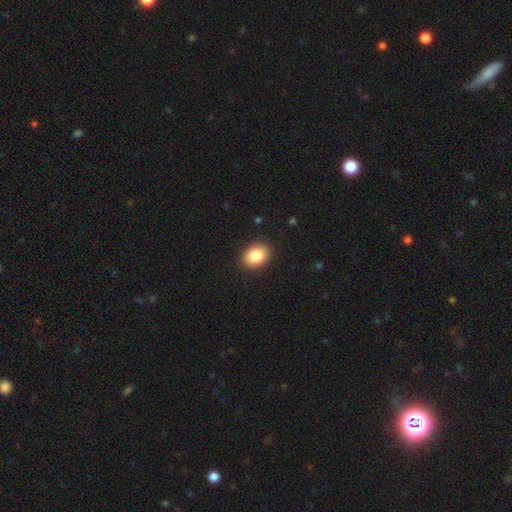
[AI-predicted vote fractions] smooth_or_featured: smooth (p=0.85) [alt: star or artifact p=0.08]
how_rounded: in between (p=0.75) [alt: round p=0.24]
merging: none (p=0.90) [alt: minor disturbance p=0.07]